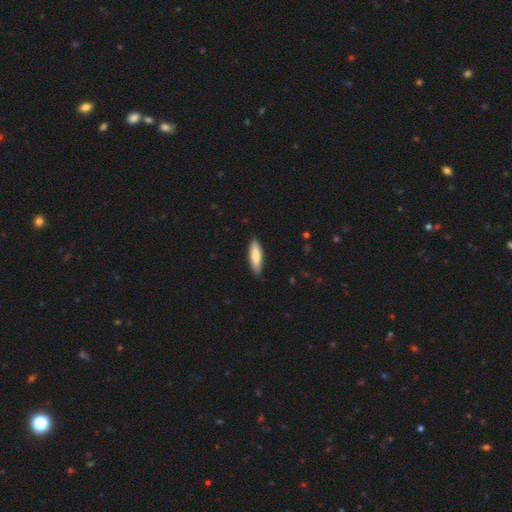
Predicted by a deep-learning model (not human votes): The model was most divided on "how rounded": cigar-shaped: 50%, in between: 48%, round: 1%. More confident: merging — none (86%); smooth or featured — smooth (83%).